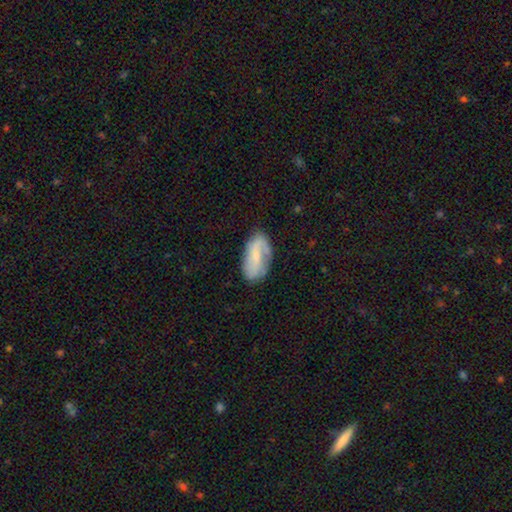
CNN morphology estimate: Overall: featured or disk (55%; smooth 38%). Edge-on disk: no (94%). Bar: no (42%; weak 40%). Spiral arms: yes (83%). Bulge size: small (58%; moderate 24%). Merging: none (66%).